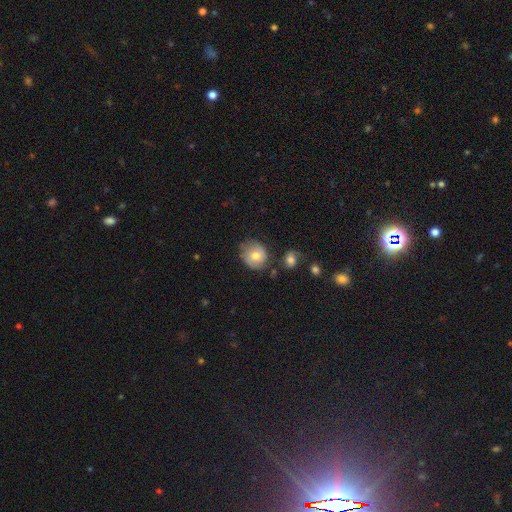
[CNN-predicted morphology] Smooth or featured?
  - smooth: 66% *
  - featured or disk: 25%
  - star or artifact: 9%
How rounded?
  - round: 76% *
  - in between: 23%
  - cigar-shaped: 1%
Merging?
  - none: 67% *
  - minor disturbance: 21%
  - major disturbance: 6%
  - merger: 6%